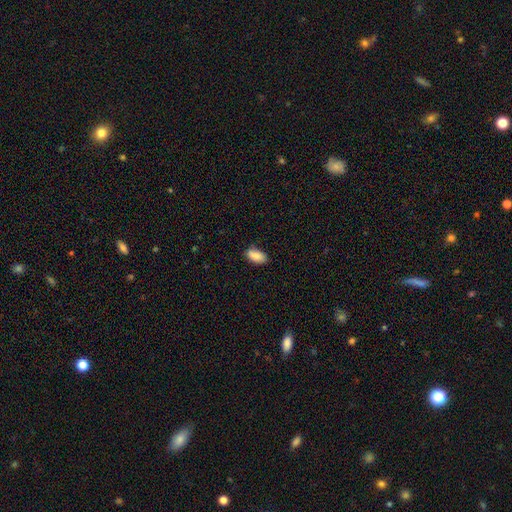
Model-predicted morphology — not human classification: smooth-or-featured: smooth: 87% | star or artifact: 7% | featured or disk: 6%
  how-rounded: in between: 91% | cigar-shaped: 5% | round: 3%
  merging: none: 76% | minor disturbance: 19% | major disturbance: 3% | merger: 2%